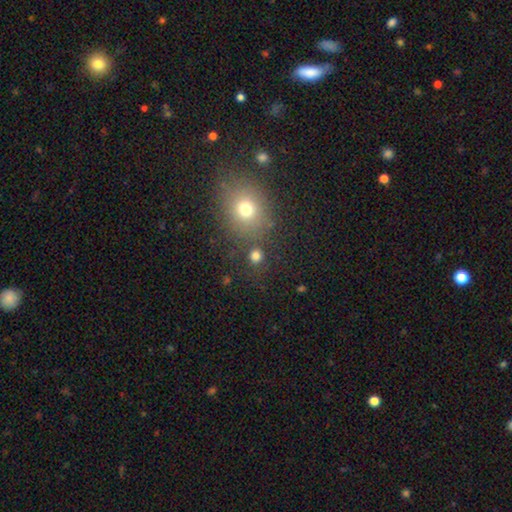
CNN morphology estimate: Q: Smooth or featured?
A: smooth (78%); runner-up: star or artifact (16%)
Q: How rounded?
A: round (87%); runner-up: in between (12%)
Q: Merging?
A: none (80%); runner-up: merger (9%)